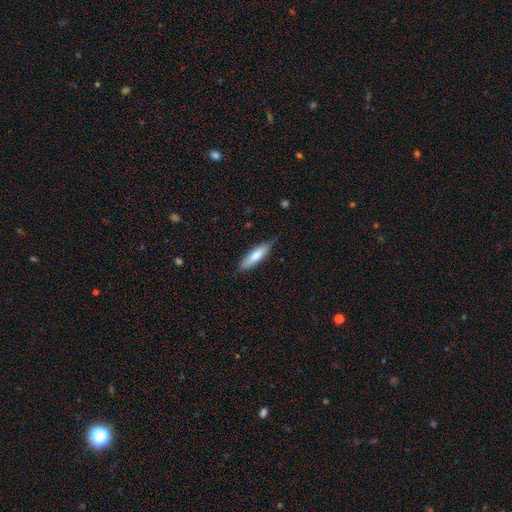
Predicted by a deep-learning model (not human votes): Smooth or featured?
  - smooth: 79% *
  - featured or disk: 16%
  - star or artifact: 5%
How rounded?
  - cigar-shaped: 68% *
  - in between: 31%
  - round: 1%
Merging?
  - none: 79% *
  - minor disturbance: 17%
  - major disturbance: 3%
  - merger: 1%